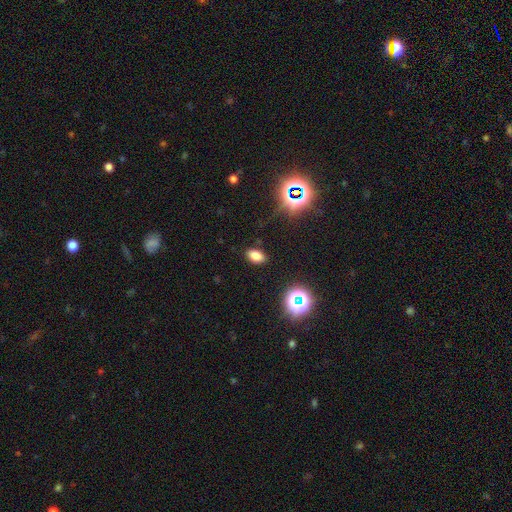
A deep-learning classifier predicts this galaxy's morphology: Q: Smooth or featured?
A: smooth (75%); runner-up: star or artifact (19%)
Q: How rounded?
A: in between (89%); runner-up: round (9%)
Q: Merging?
A: none (87%); runner-up: minor disturbance (9%)